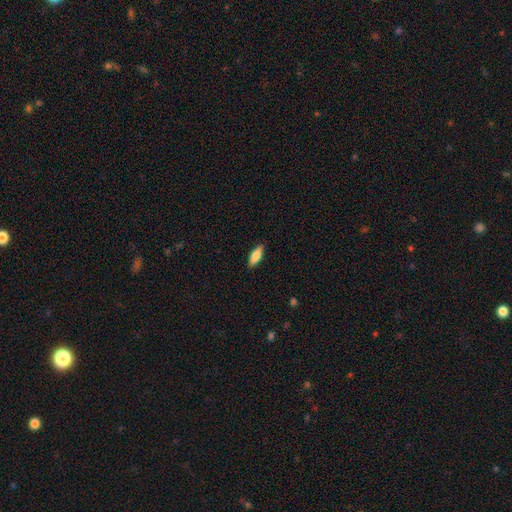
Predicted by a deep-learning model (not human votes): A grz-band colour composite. It shows a smooth galaxy with no disk features (82%) that is in between round and cigar-shaped (65%). Merging: none (88%).